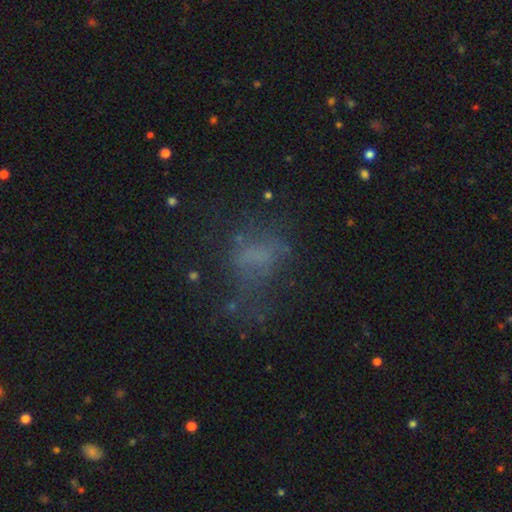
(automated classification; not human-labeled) This is marginally a smooth galaxy (44%). Merging: marginally none (41%).